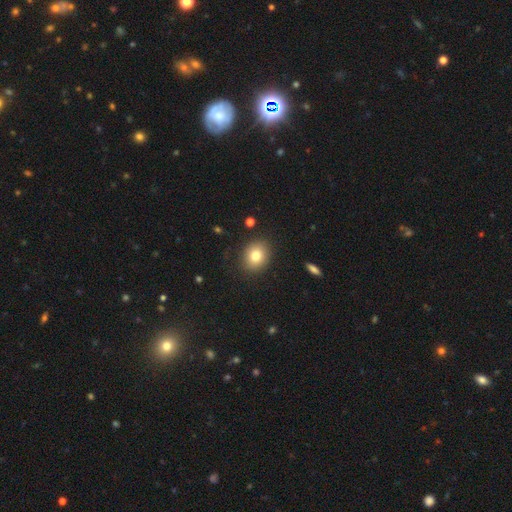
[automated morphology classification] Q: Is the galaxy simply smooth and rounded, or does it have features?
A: smooth — 80%.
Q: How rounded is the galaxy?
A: round — 57%.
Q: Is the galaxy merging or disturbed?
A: none — 88%.